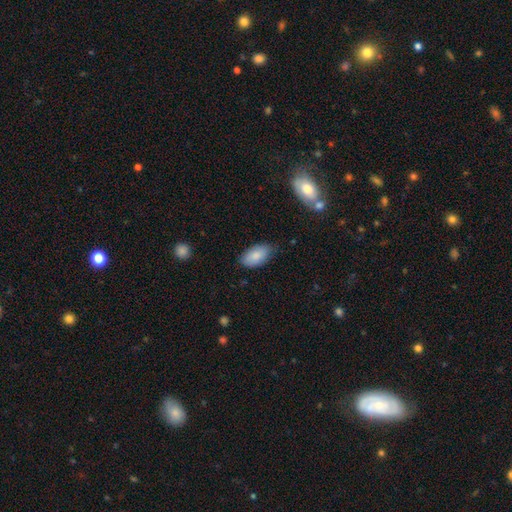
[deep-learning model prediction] Morphology: type=smooth (86%); roundness=in between (94%); merging=none (75%).